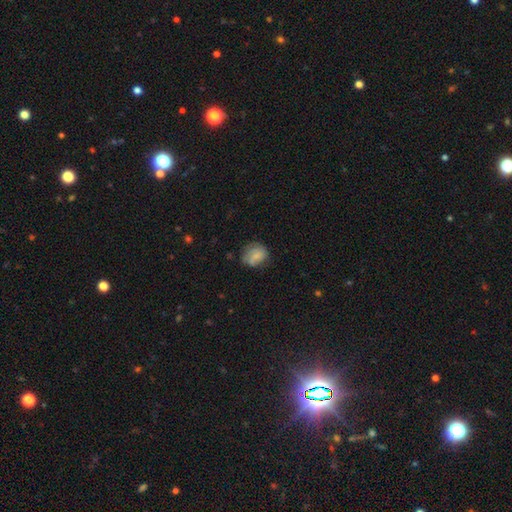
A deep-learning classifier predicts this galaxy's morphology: A smooth galaxy with no disk features (60%) that is round (61%).

Vote fractions:
- Smooth or featured? smooth: 60% / featured or disk: 31% / star or artifact: 9%
- How rounded? round: 61% / in between: 38% / cigar-shaped: 1%
- Merging? none: 56% / minor disturbance: 29% / major disturbance: 13% / merger: 3%